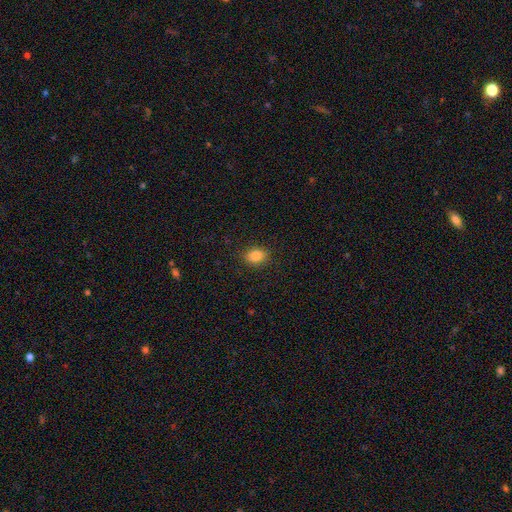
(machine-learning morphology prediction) A smooth galaxy with no disk features (85%) that is in between round and cigar-shaped (57%).

Vote fractions:
- Smooth or featured? smooth: 85% / star or artifact: 10% / featured or disk: 5%
- How rounded? in between: 57% / round: 42% / cigar-shaped: 1%
- Merging? none: 88% / minor disturbance: 9% / major disturbance: 3% / merger: 1%